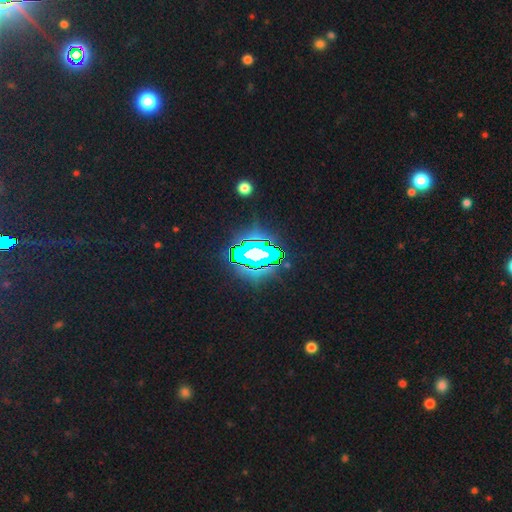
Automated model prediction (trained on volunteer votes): smooth-or-featured: star or artifact: 74% | featured or disk: 14% | smooth: 13%